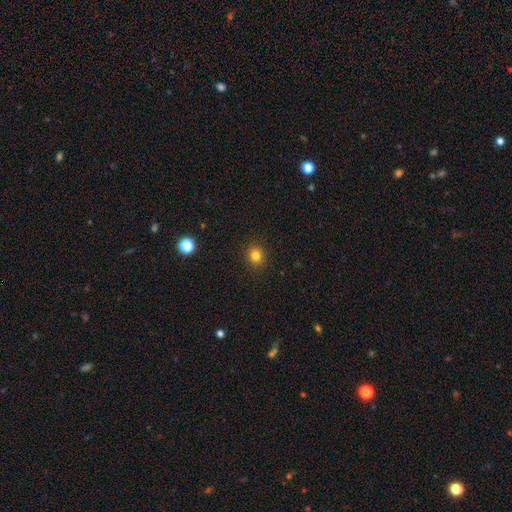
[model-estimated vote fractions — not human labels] Morphology: type=smooth (81%); roundness=round (80%); merging=none (91%).